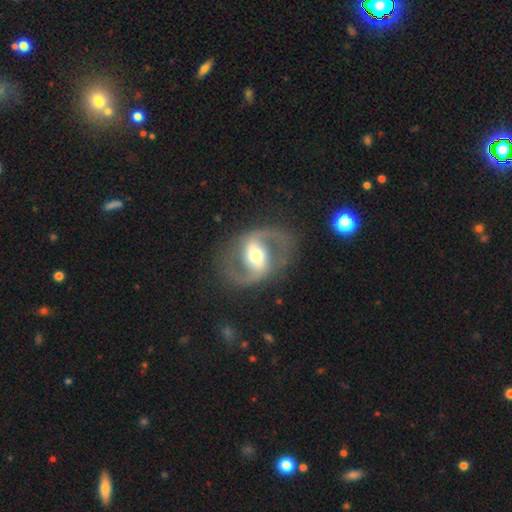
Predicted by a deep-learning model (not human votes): featured or disk 86%, smooth 9%, star or artifact 5%. Down the decision tree: edge-on disk — no (97%); bar — strong (45%); spiral arms — yes (89%); spiral arm count — 2 (93%); spiral winding — medium (56%); bulge size — moderate (66%); merging — none (81%).